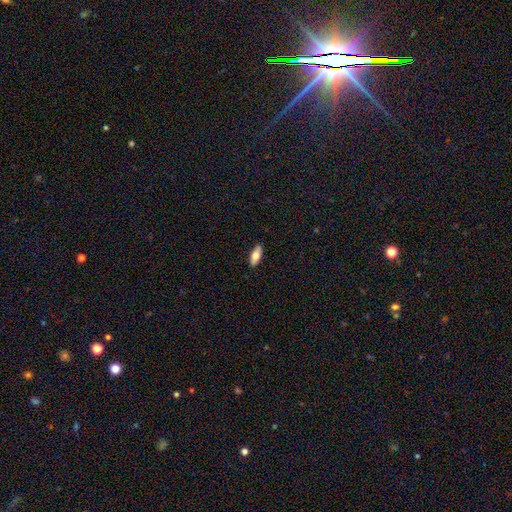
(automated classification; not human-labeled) This is likely a smooth galaxy (68%). How rounded: likely in between (74%). Merging: clearly none (89%).